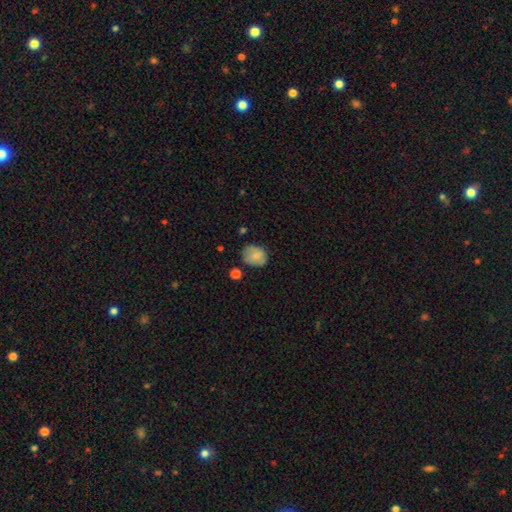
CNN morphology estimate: The model was most divided on "how rounded": round: 53%, in between: 46%, cigar-shaped: 1%. More confident: smooth or featured — smooth (76%); merging — none (65%).